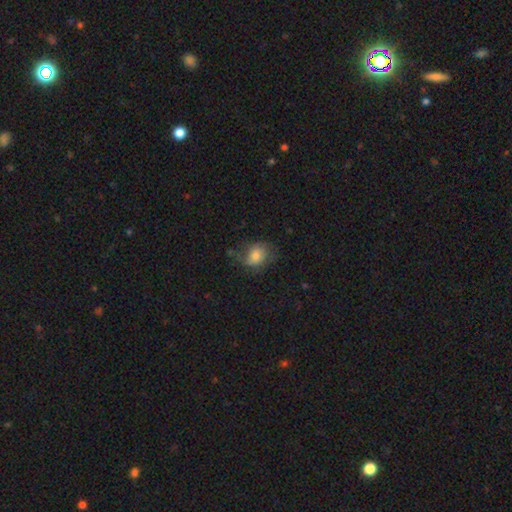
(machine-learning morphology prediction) smooth_or_featured: smooth (p=0.59) [alt: featured or disk p=0.32]
how_rounded: round (p=0.50) [alt: in between p=0.49]
merging: none (p=0.51) [alt: minor disturbance p=0.28]